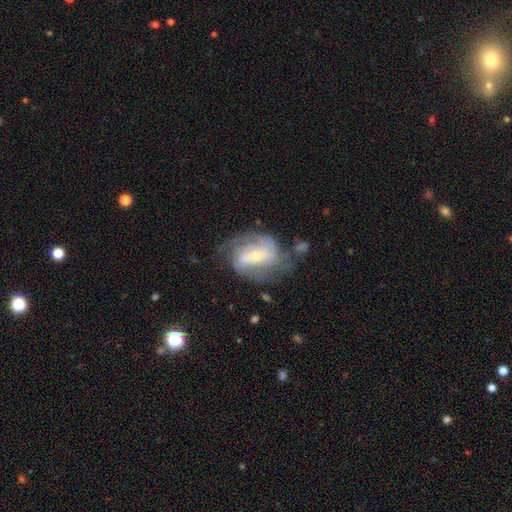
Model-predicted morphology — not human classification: Smooth or featured?
  - featured or disk: 81% *
  - smooth: 12%
  - star or artifact: 6%
Edge-on disk?
  - no: 96% *
  - yes: 4%
Bar?
  - weak: 42% *
  - no: 29%
  - strong: 29%
Spiral arms?
  - yes: 92% *
  - no: 8%
Spiral winding?
  - medium: 42% *
  - tight: 40%
  - loose: 17%
Spiral arm count?
  - 2: 44% *
  - can't tell: 23%
  - 3: 19%
  - 4: 6%
  - 1: 4%
  - more than 4: 3%
Bulge size?
  - small: 55% *
  - moderate: 40%
  - large: 3%
  - none: 1%
  - dominant: 1%
Merging?
  - none: 59% *
  - minor disturbance: 22%
  - major disturbance: 15%
  - merger: 4%